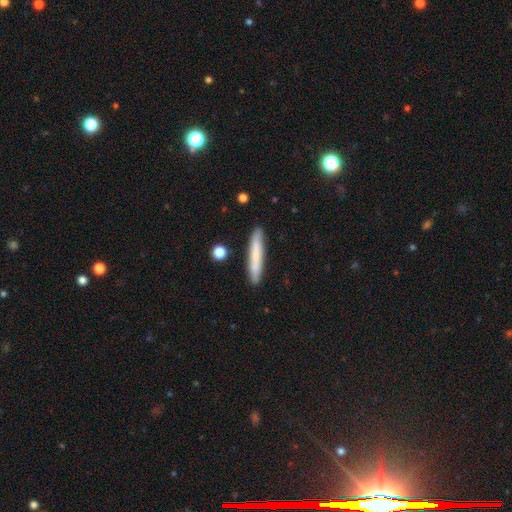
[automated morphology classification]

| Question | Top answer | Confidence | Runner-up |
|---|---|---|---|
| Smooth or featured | smooth | 70% | featured or disk (23%) |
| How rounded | cigar-shaped | 94% | in between (5%) |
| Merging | none | 88% | minor disturbance (9%) |